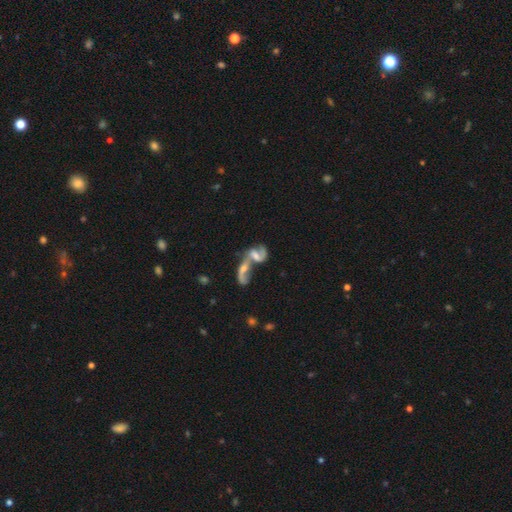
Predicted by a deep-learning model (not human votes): smooth-or-featured: featured or disk: 67% | smooth: 24% | star or artifact: 9%
  disk-edge-on: no: 94% | yes: 6%
    bar: no: 44% | weak: 39% | strong: 17%
    has-spiral-arms: yes: 77% | no: 23%
    bulge-size: moderate: 37% | small: 31% | none: 21% | large: 9% | dominant: 2%
  merging: merger: 76% | none: 11% | major disturbance: 8% | minor disturbance: 5%